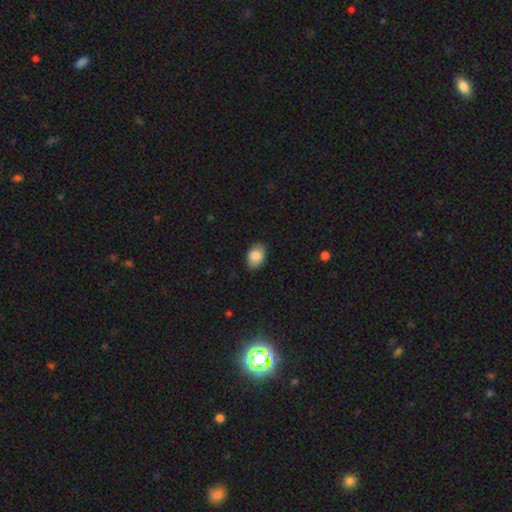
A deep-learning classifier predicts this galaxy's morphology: This is clearly a smooth galaxy (86%). How rounded: clearly in between (85%). Merging: clearly none (87%).